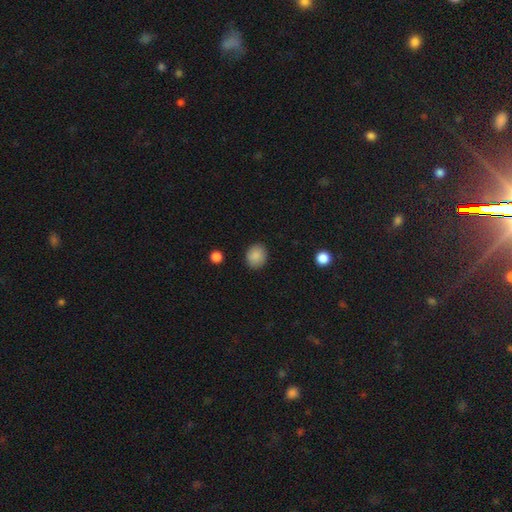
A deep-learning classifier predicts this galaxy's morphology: Smooth or featured? smooth (88%)
How rounded? round (69%)
Merging? none (88%)